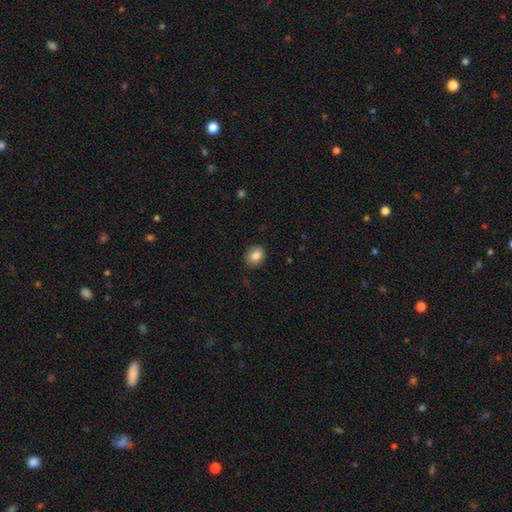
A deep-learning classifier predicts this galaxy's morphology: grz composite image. It shows a smooth galaxy with no disk features (84%) that is round (52%). Merging: none (75%).